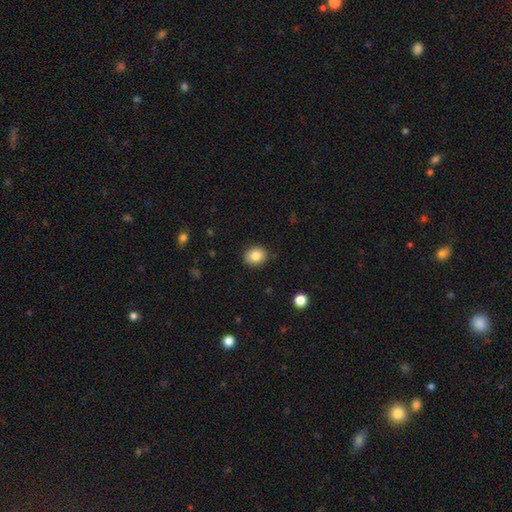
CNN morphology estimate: smooth_or_featured: smooth (p=0.83) [alt: star or artifact p=0.09]
how_rounded: round (p=0.59) [alt: in between p=0.40]
merging: none (p=0.89) [alt: minor disturbance p=0.08]